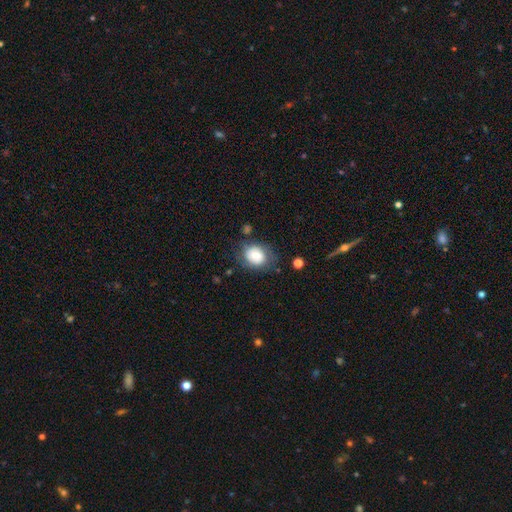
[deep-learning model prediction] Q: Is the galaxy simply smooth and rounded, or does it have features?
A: smooth — 75%.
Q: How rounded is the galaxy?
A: round — 57%.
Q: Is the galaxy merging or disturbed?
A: none — 68%.